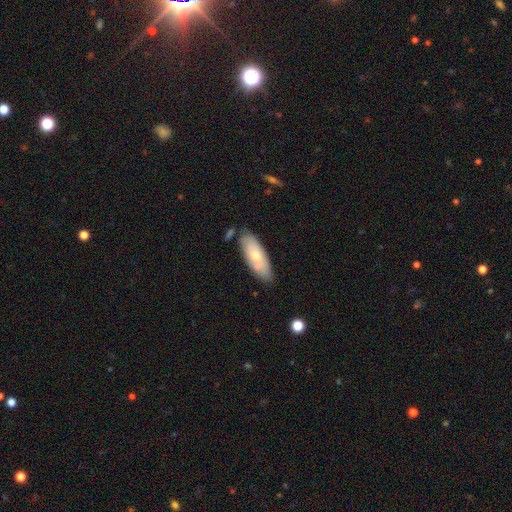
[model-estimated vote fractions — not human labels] This is likely a smooth galaxy (60%). How rounded: likely in between (72%). Merging: likely none (68%).